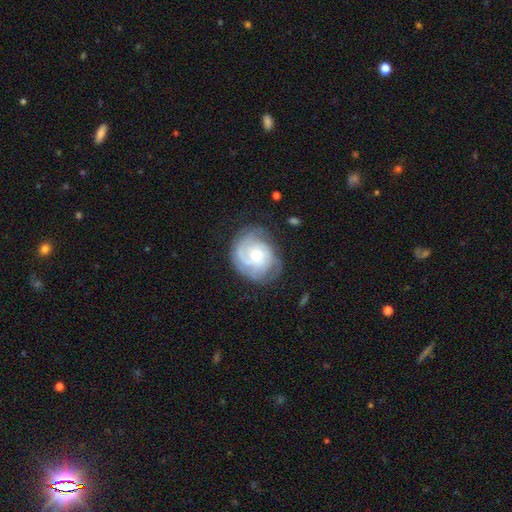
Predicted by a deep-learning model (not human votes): A featured or disk galaxy (75%) with no bar (72%), tight (59%) spiral arms (93%) and a moderate central bulge (53%).

Vote fractions:
- Smooth or featured? featured or disk: 75% / smooth: 19% / star or artifact: 6%
- Edge-on disk? no: 98% / yes: 2%
- Bar? no: 72% / weak: 25% / strong: 3%
- Spiral arms? yes: 93% / no: 7%
- Spiral winding? tight: 59% / medium: 32% / loose: 10%
- Spiral arm count? can't tell: 33% / 2: 27% / 3: 22% / 1: 7% / 4: 7% / more than 4: 4%
- Bulge size? moderate: 53% / small: 33% / large: 10% / none: 3% / dominant: 1%
- Merging? none: 68% / minor disturbance: 21% / major disturbance: 10% / merger: 1%